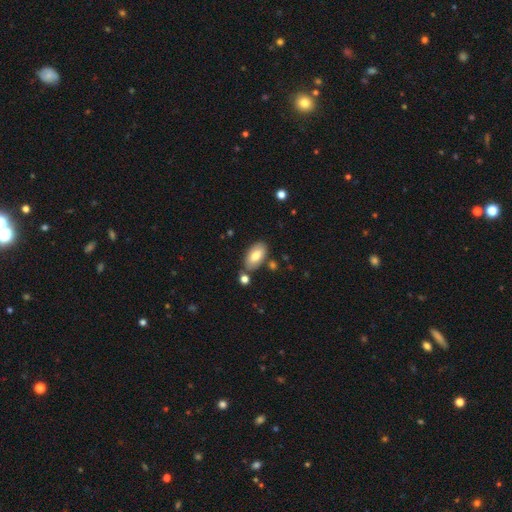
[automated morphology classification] The model was most divided on "smooth or featured": smooth: 76%, featured or disk: 17%, star or artifact: 6%. More confident: how rounded — in between (93%); merging — none (75%).